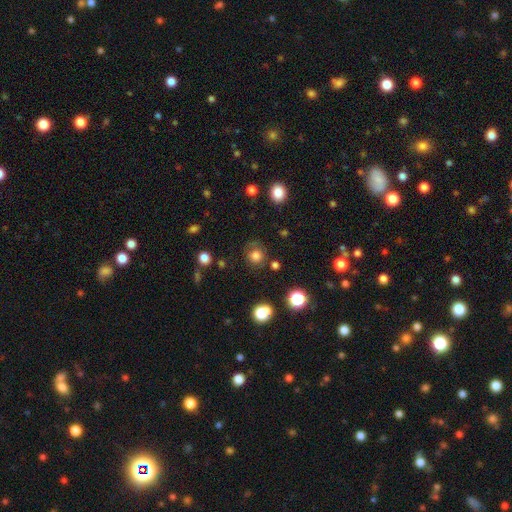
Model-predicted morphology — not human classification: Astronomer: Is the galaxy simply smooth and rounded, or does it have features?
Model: smooth — 77%.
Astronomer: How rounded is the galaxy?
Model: round — 89%.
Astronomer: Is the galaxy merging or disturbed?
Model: none — 74%.